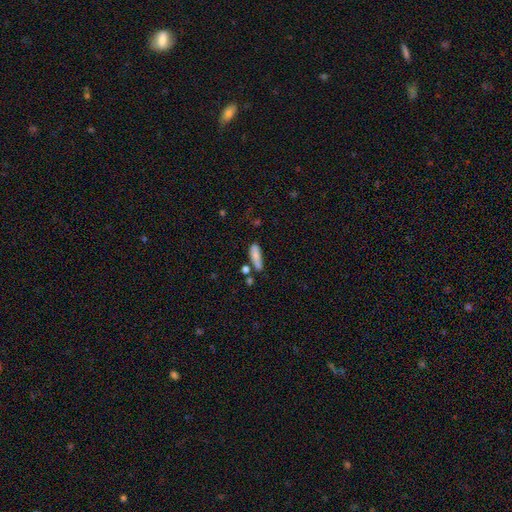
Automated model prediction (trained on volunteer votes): Smooth or featured?
  - smooth: 81% *
  - featured or disk: 11%
  - star or artifact: 8%
How rounded?
  - cigar-shaped: 51% *
  - in between: 46%
  - round: 3%
Merging?
  - none: 55% *
  - minor disturbance: 24%
  - merger: 14%
  - major disturbance: 8%